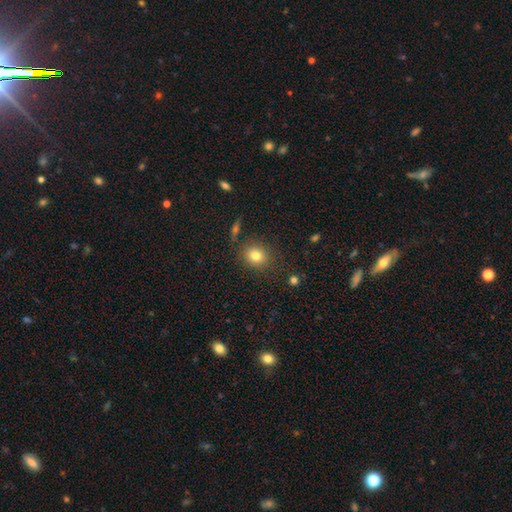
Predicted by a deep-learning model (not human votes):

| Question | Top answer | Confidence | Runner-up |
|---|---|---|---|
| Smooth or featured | smooth | 81% | star or artifact (11%) |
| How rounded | round | 70% | in between (29%) |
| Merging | none | 83% | minor disturbance (10%) |